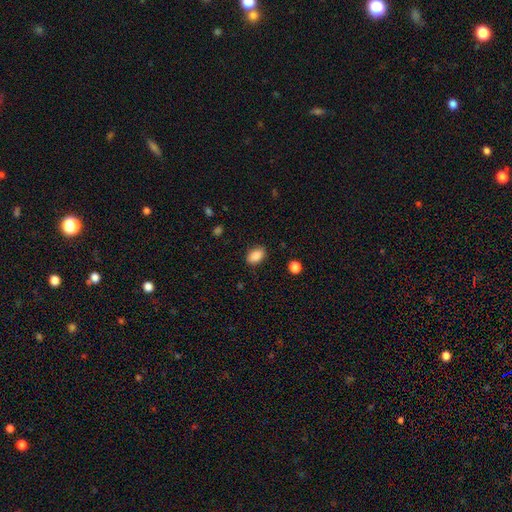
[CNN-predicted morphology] smooth-or-featured: smooth: 88% | star or artifact: 8% | featured or disk: 4%
  how-rounded: in between: 87% | round: 12% | cigar-shaped: 1%
  merging: none: 85% | minor disturbance: 11% | major disturbance: 3% | merger: 1%